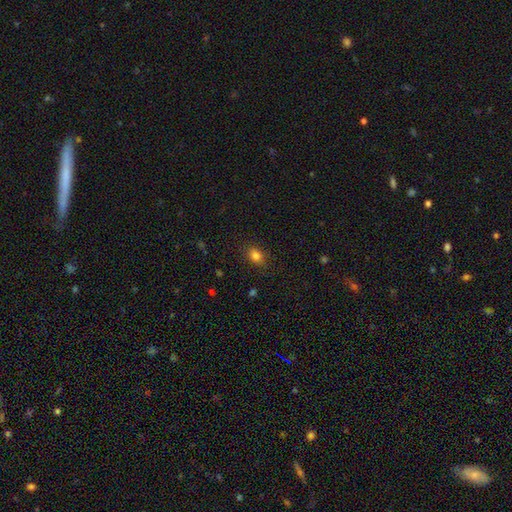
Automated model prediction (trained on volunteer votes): A smooth galaxy with no disk features (82%) that is in between round and cigar-shaped (67%). Merging: none (85%).